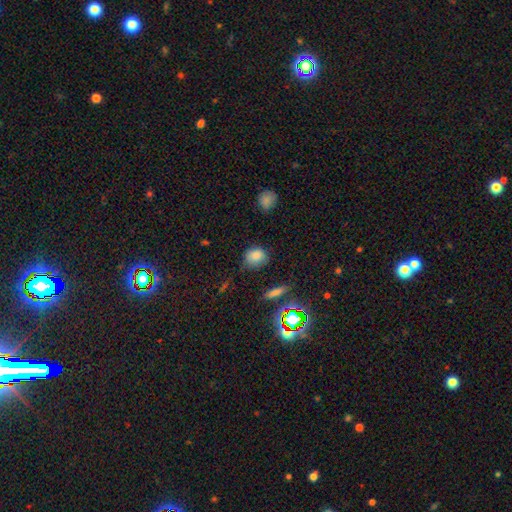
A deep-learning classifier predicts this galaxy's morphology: A smooth galaxy with no disk features (82%) that is round (58%).

Vote fractions:
- Smooth or featured? smooth: 82% / star or artifact: 12% / featured or disk: 6%
- How rounded? round: 58% / in between: 40% / cigar-shaped: 2%
- Merging? none: 68% / minor disturbance: 24% / major disturbance: 6% / merger: 3%